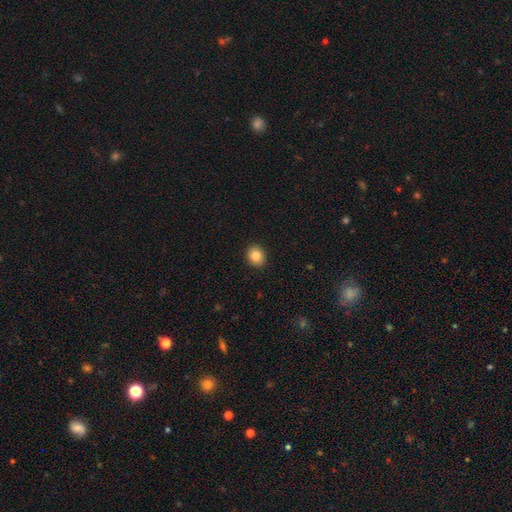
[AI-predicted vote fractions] Smooth or featured: smooth — 84% (star or artifact — 9%)
How rounded: round — 70% (in between — 29%)
Merging: none — 92% (minor disturbance — 6%)